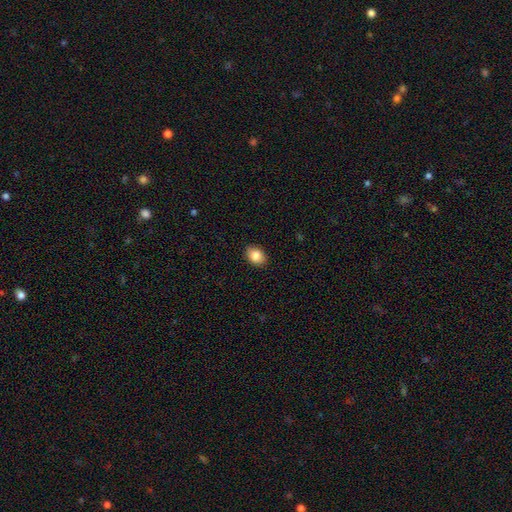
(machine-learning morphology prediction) smooth_or_featured: smooth (p=0.86) [alt: star or artifact p=0.08]
how_rounded: in between (p=0.72) [alt: round p=0.27]
merging: none (p=0.89) [alt: minor disturbance p=0.08]